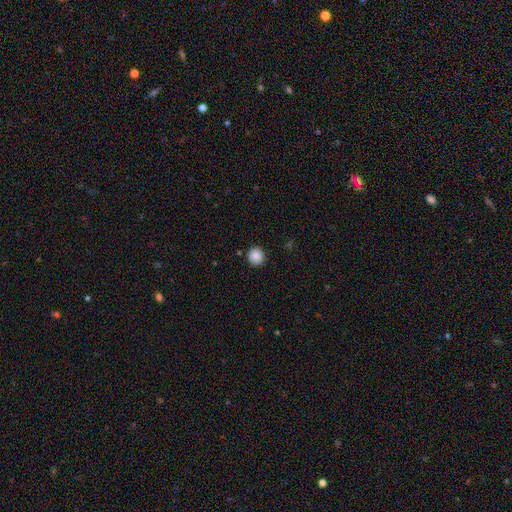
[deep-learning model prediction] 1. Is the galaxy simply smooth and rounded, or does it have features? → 88% smooth, 9% star or artifact, 3% featured or disk.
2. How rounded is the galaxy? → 91% round, 8% in between, 1% cigar-shaped.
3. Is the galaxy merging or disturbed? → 90% none, 7% minor disturbance, 2% major disturbance, 2% merger.